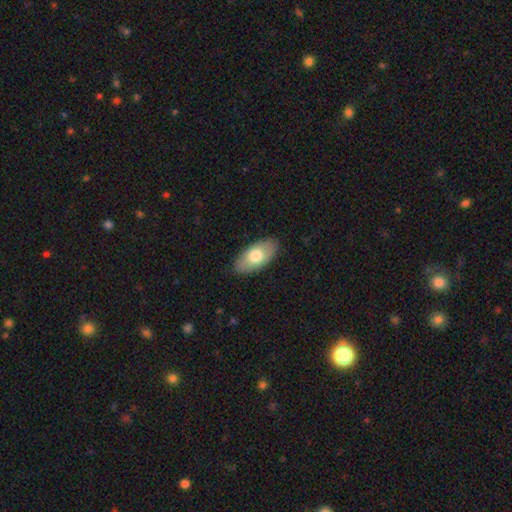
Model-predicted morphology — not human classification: A smooth galaxy with no disk features (71%) that is in between round and cigar-shaped (92%).

Vote fractions:
- Smooth or featured? smooth: 71% / featured or disk: 23% / star or artifact: 6%
- How rounded? in between: 92% / cigar-shaped: 5% / round: 3%
- Merging? none: 85% / minor disturbance: 11% / major disturbance: 2% / merger: 1%